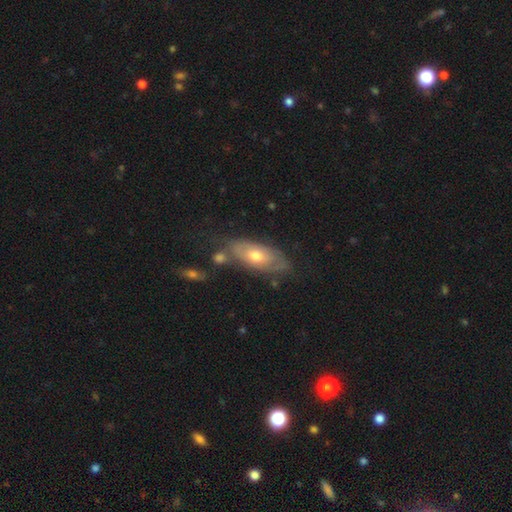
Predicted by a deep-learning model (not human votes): This is possibly a smooth galaxy (49%). Merging: possibly none (60%).